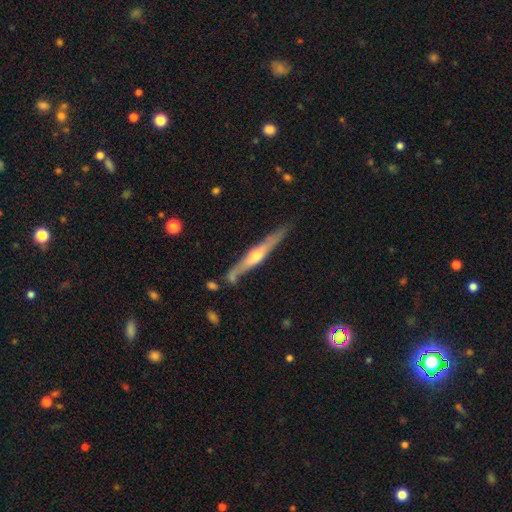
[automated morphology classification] Overall: featured or disk (68%). Edge-on disk: yes (94%). Edge-on bulge: rounded (85%). Merging: none (77%).